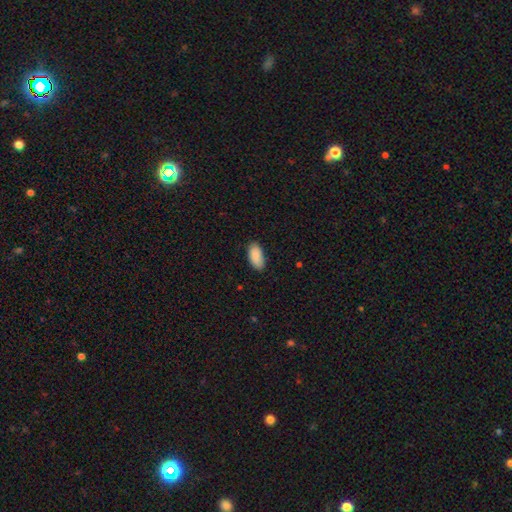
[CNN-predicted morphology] A smooth galaxy with no disk features (90%) that is in between round and cigar-shaped (94%). Merging: none (82%).